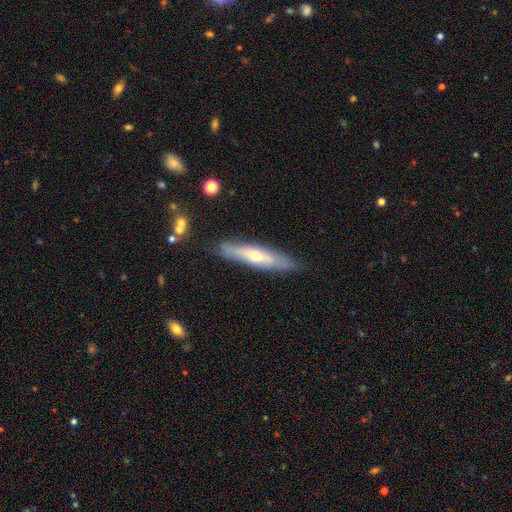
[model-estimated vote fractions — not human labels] This is possibly a featured or disk galaxy (55%). It is likely viewed edge-on (71%). Merging: clearly none (84%).